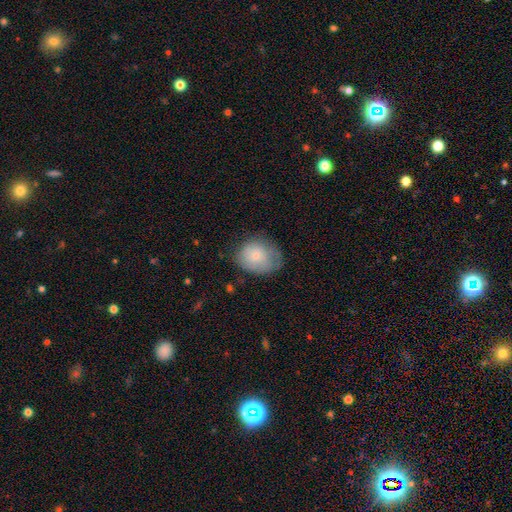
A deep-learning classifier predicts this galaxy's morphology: Smooth or featured: smooth — 77% (featured or disk — 16%)
How rounded: in between — 57% (round — 42%)
Merging: none — 56% (minor disturbance — 31%)